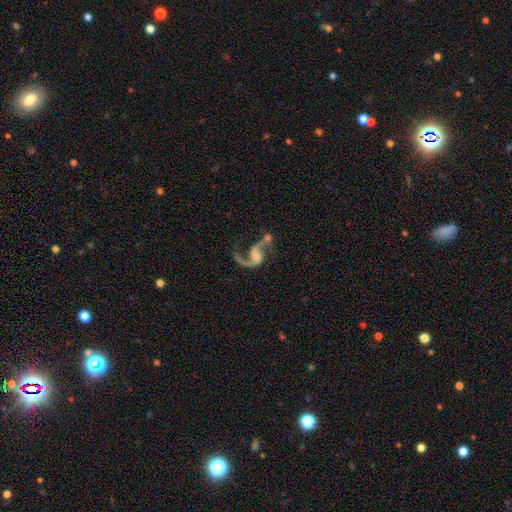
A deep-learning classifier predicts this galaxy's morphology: This appears to be a featured or disk galaxy (89%) with a weak bar (42%, tied with no), 2 (85%) loose (69%) spiral arms (96%) and a small central bulge (34%). Merging: none (43%).